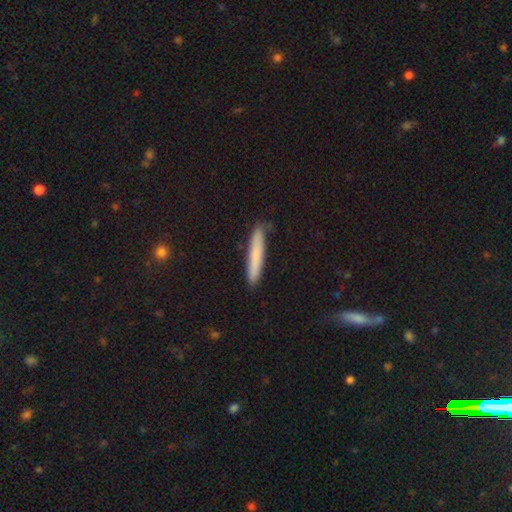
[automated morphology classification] This appears to be a smooth galaxy with no disk features (77%) that is cigar-shaped (95%). Merging: none (85%).